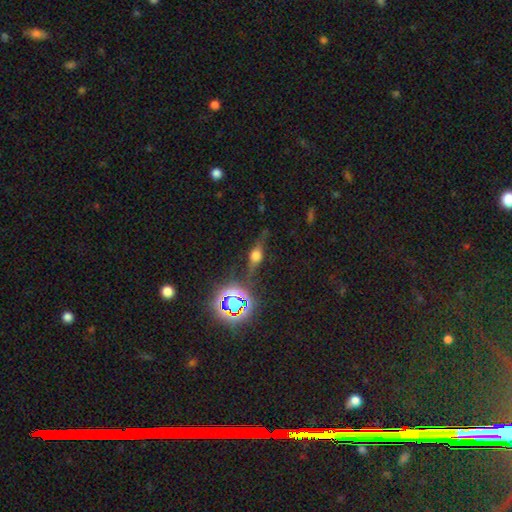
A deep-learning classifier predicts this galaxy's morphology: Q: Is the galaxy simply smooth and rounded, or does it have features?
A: featured or disk — 50%.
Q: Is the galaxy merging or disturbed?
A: none — 70%.